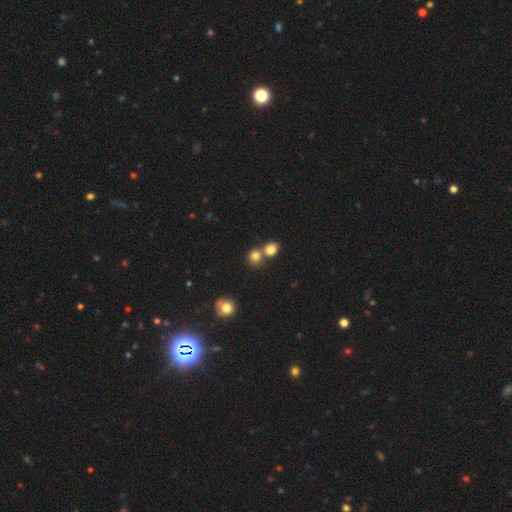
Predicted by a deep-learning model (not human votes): Smooth or featured? Predicted: smooth (p=0.81). How rounded? Predicted: round (p=0.83). Merging? Predicted: none (p=0.51).